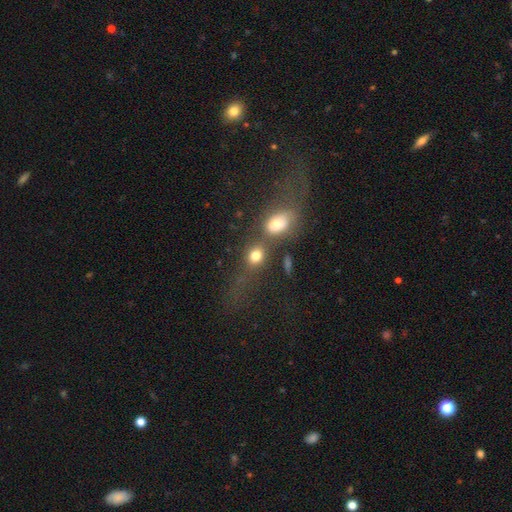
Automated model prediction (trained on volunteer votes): Smooth or featured? Predicted: smooth (p=0.75). How rounded? Predicted: round (p=0.50). Merging? Predicted: merger (p=0.43).